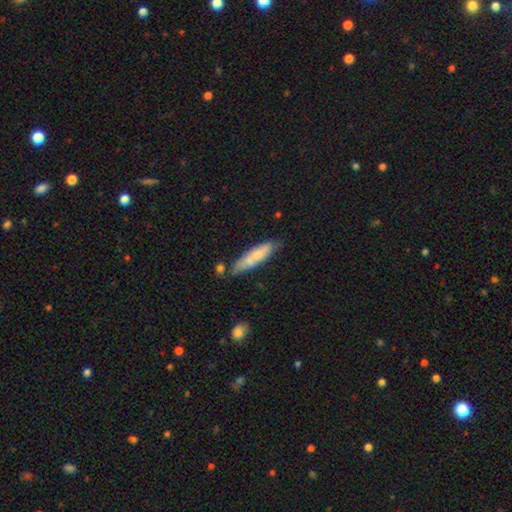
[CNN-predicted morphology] The model was most divided on "merging": none: 63%, minor disturbance: 24%, merger: 8%, major disturbance: 5%. More confident: how rounded — cigar-shaped (71%); smooth or featured — smooth (67%).